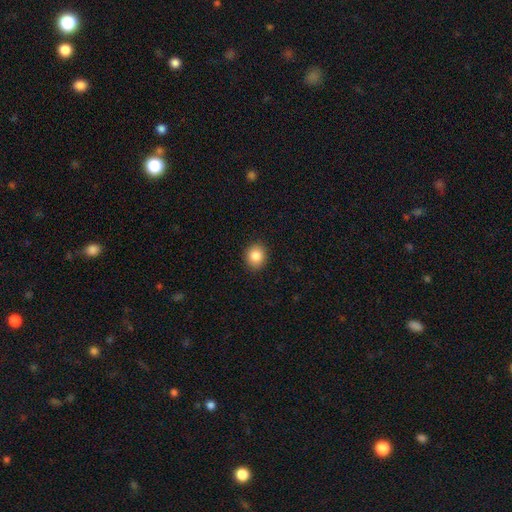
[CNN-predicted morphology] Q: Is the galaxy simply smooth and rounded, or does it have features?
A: smooth — 86%.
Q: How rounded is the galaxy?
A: round — 73%.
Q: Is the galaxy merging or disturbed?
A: none — 91%.